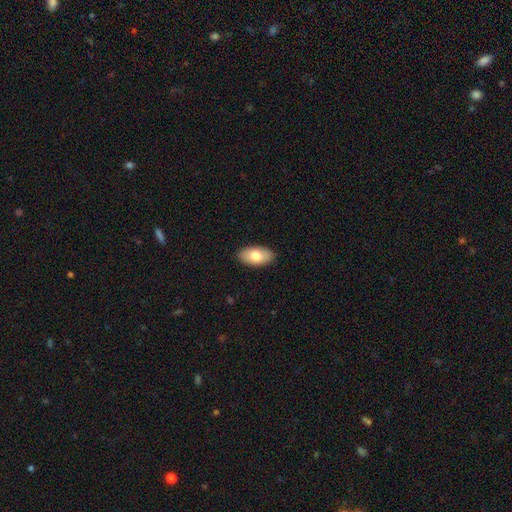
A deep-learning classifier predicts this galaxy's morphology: A smooth galaxy with no disk features (77%) that is in between round and cigar-shaped (94%).

Vote fractions:
- Smooth or featured? smooth: 77% / featured or disk: 17% / star or artifact: 6%
- How rounded? in between: 94% / round: 3% / cigar-shaped: 2%
- Merging? none: 89% / minor disturbance: 8% / major disturbance: 2% / merger: 1%